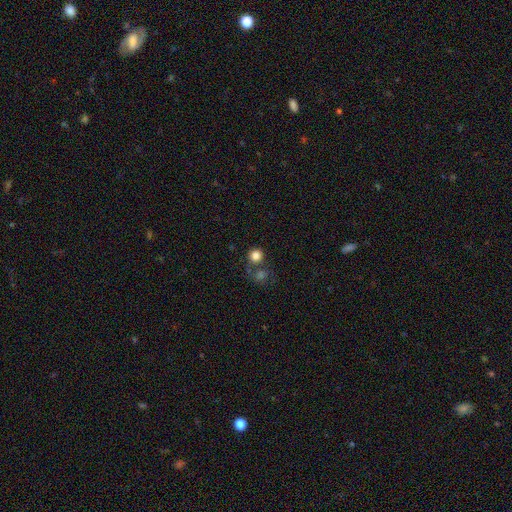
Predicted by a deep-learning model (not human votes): The model was most divided on "merging": none: 60%, merger: 25%, minor disturbance: 10%, major disturbance: 6%. More confident: how rounded — round (90%); smooth or featured — smooth (81%).